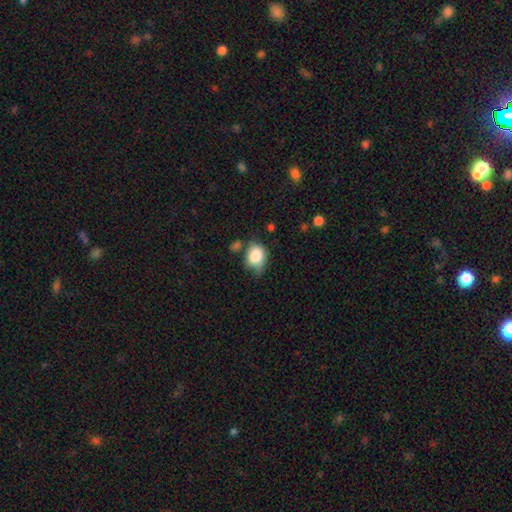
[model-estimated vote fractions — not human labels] This is clearly a smooth galaxy (82%). How rounded: possibly in between (56%). Merging: marginally none (43%).